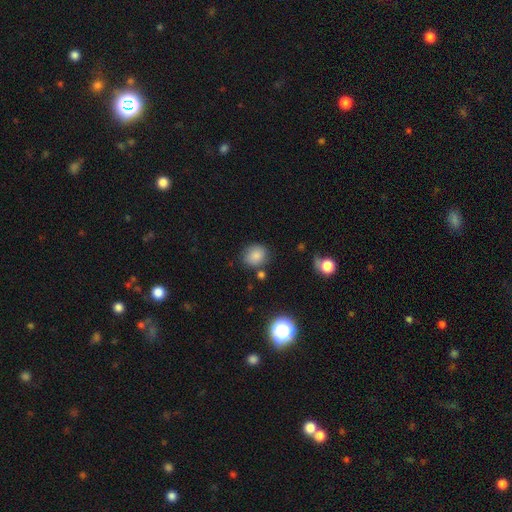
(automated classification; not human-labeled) A smooth galaxy with no disk features (82%) that is round (70%). Merging: none (76%).